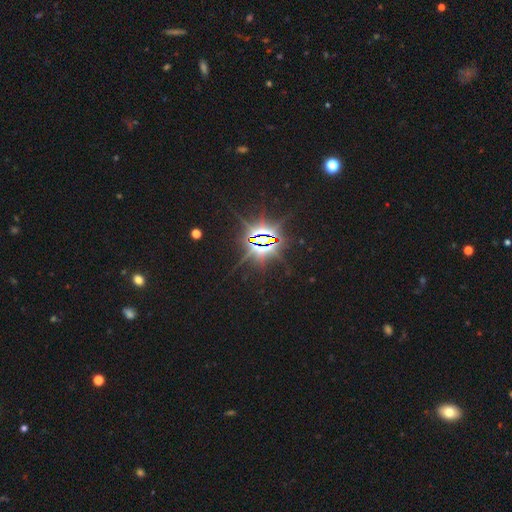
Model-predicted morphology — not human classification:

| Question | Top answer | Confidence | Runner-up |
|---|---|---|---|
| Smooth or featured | star or artifact | 86% | featured or disk (7%) |